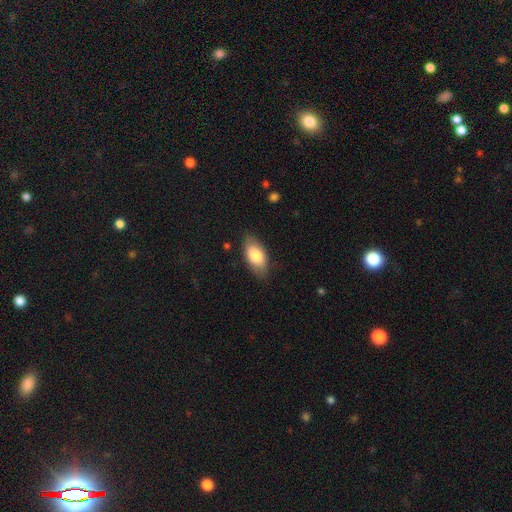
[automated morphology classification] type=smooth (79%); roundness=in between (92%); merging=none (81%).